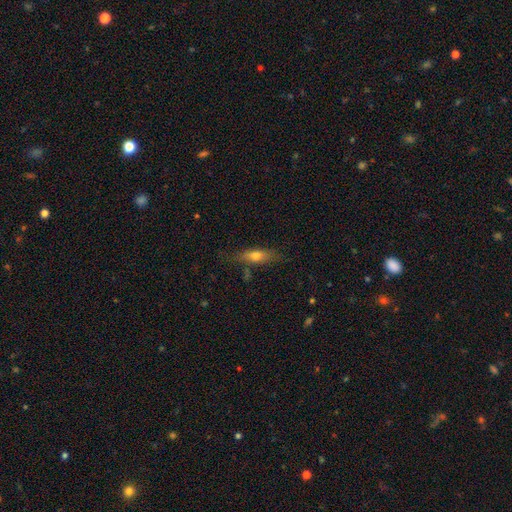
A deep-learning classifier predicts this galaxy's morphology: A smooth galaxy with no disk features (61%) that is in between round and cigar-shaped (49%). Merging: none (71%).